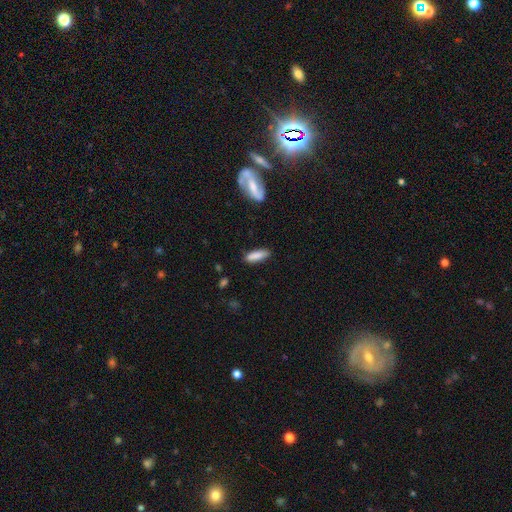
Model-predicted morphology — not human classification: This appears to be a smooth galaxy with no disk features (85%) that is cigar-shaped (53%). Merging: none (81%).